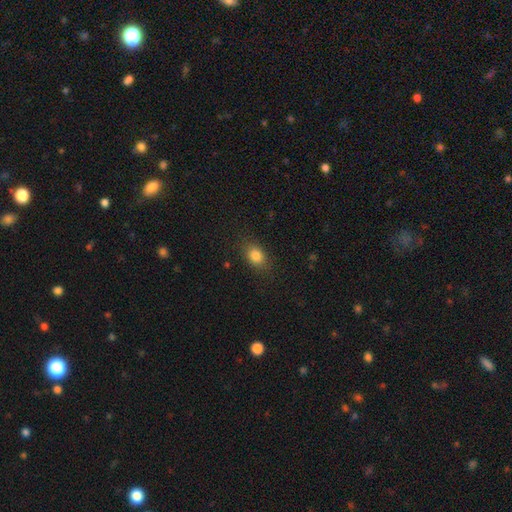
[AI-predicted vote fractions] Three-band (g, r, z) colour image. It shows a smooth galaxy with no disk features (83%) that is in between round and cigar-shaped (72%). Merging: none (83%).